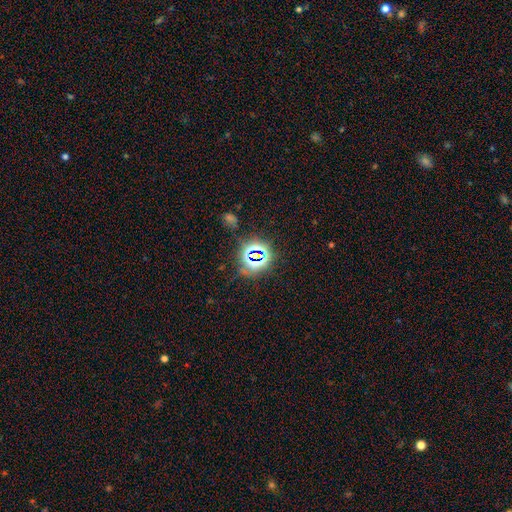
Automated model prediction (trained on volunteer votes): Overall: star or artifact (73%).